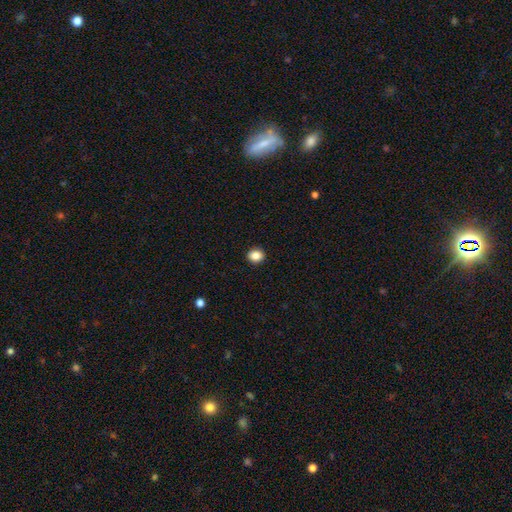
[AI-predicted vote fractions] Smooth or featured?
  - smooth: 86% *
  - star or artifact: 10%
  - featured or disk: 4%
How rounded?
  - round: 69% *
  - in between: 30%
  - cigar-shaped: 1%
Merging?
  - none: 92% *
  - minor disturbance: 5%
  - major disturbance: 2%
  - merger: 1%